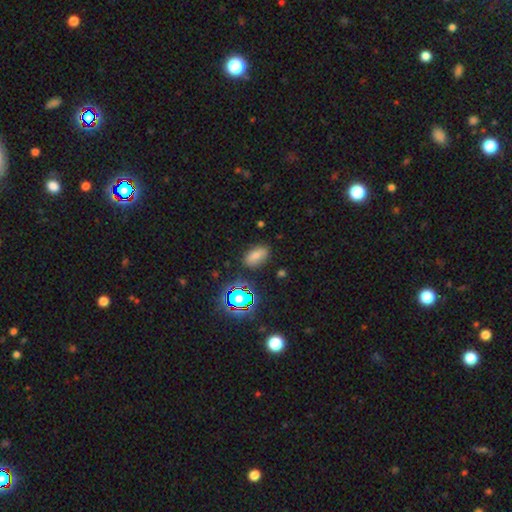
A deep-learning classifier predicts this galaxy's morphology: The model was most divided on "smooth or featured": smooth: 67%, star or artifact: 20%, featured or disk: 13%. More confident: how rounded — in between (86%); merging — none (82%).